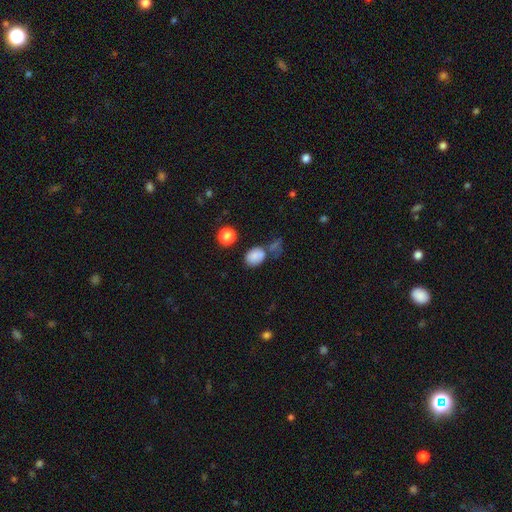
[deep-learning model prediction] Smooth or featured: smooth — 81% (star or artifact — 12%)
How rounded: in between — 73% (round — 26%)
Merging: none — 49% (merger — 27%)